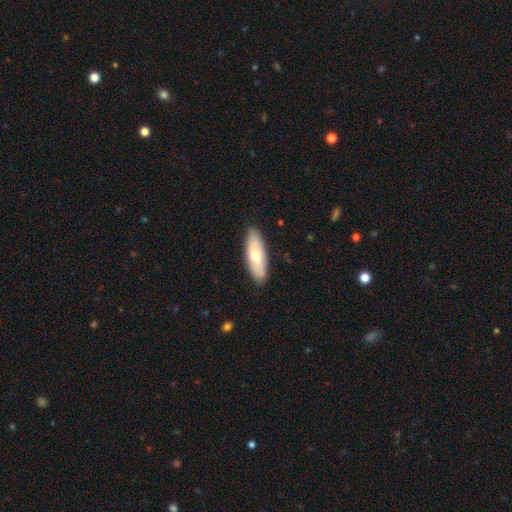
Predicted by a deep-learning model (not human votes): The model was most divided on "smooth or featured": smooth: 65%, featured or disk: 30%, star or artifact: 5%. More confident: merging — none (87%); how rounded — in between (67%).